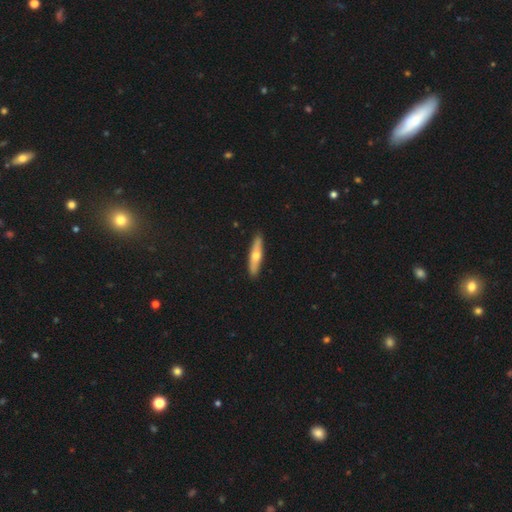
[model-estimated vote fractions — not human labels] Smooth or featured? smooth (50%)
Merging? none (90%)